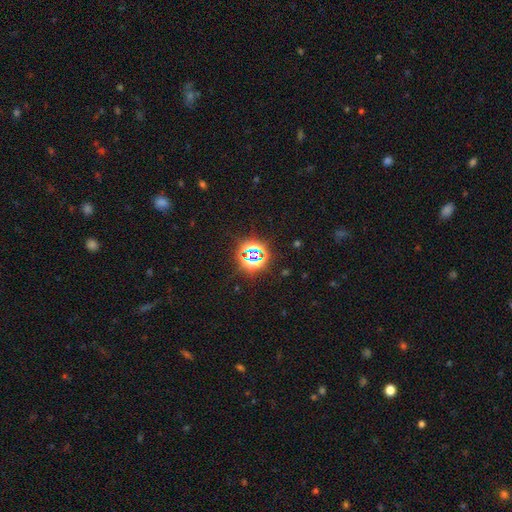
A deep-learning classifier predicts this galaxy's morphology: This appears to be a star or artifact, not a galaxy (77%).